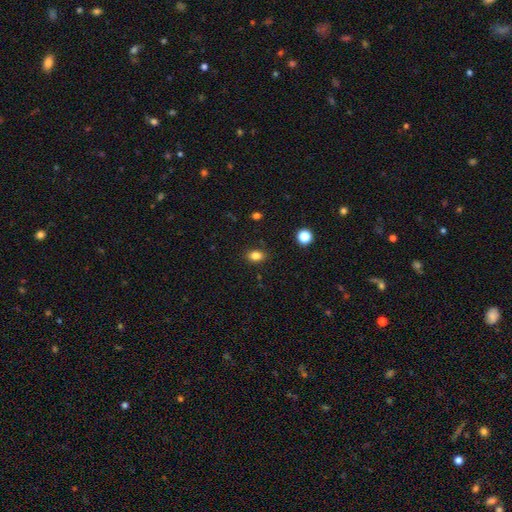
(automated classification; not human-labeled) Morphology: type=smooth (83%); roundness=in between (75%); merging=none (87%).